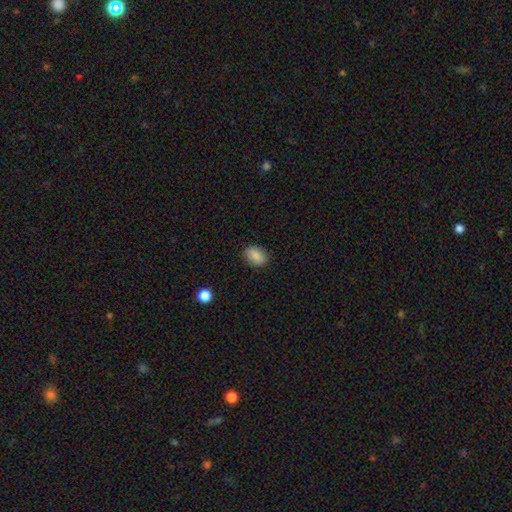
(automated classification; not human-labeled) A smooth galaxy with no disk features (88%) that is in between round and cigar-shaped (81%). Merging: none (87%).